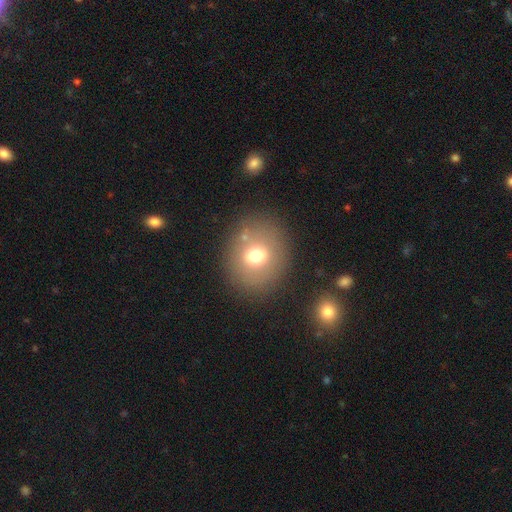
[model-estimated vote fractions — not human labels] Smooth or featured?
  - smooth: 69% *
  - featured or disk: 17%
  - star or artifact: 14%
How rounded?
  - round: 78% *
  - in between: 21%
  - cigar-shaped: 1%
Merging?
  - none: 83% *
  - minor disturbance: 9%
  - major disturbance: 5%
  - merger: 3%